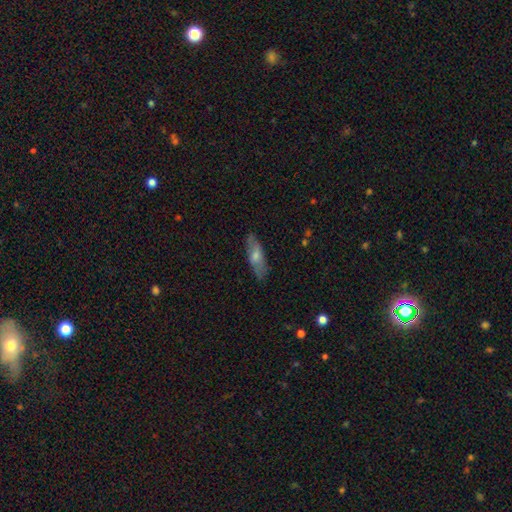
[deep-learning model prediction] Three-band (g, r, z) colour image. It shows a smooth galaxy with no disk features (51%) that is cigar-shaped (52%). Merging: none (82%).